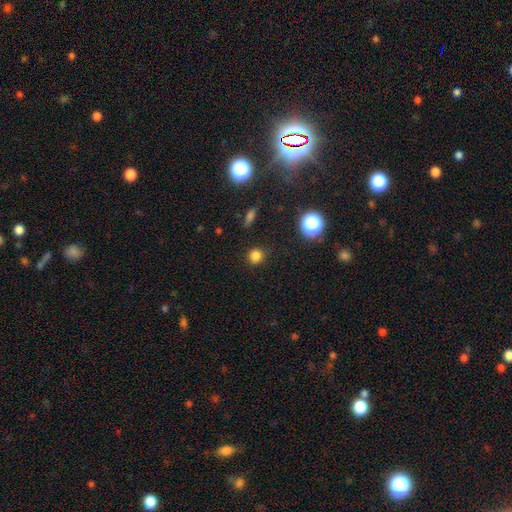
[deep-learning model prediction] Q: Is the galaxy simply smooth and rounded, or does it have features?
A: smooth — 80%.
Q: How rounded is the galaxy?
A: round — 89%.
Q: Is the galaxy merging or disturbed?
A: none — 85%.